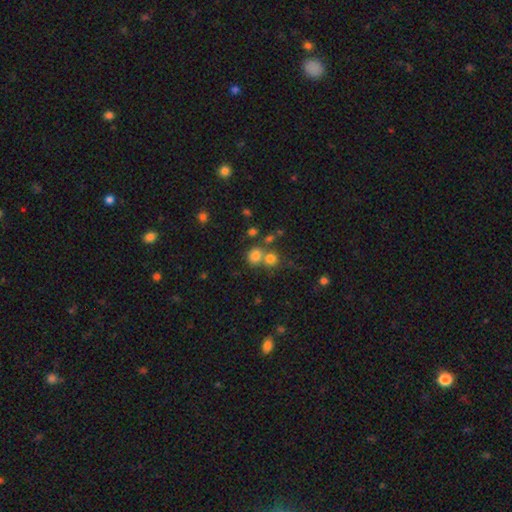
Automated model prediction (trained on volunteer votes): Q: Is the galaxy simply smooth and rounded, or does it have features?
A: smooth — 75%.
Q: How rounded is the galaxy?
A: round — 79%.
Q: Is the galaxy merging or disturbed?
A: none — 53%.